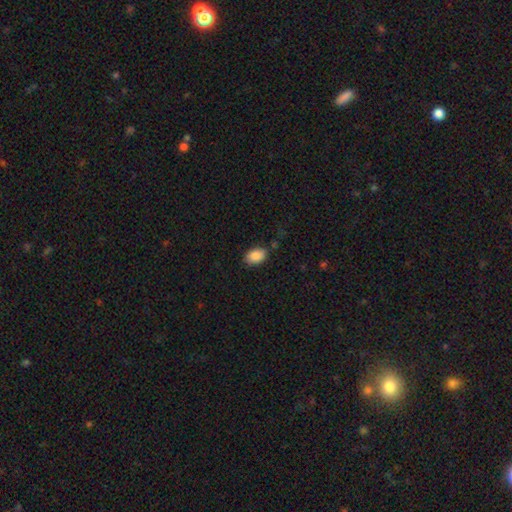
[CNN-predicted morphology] Q: Smooth or featured?
A: smooth (88%); runner-up: star or artifact (7%)
Q: How rounded?
A: in between (89%); runner-up: round (10%)
Q: Merging?
A: none (80%); runner-up: minor disturbance (14%)